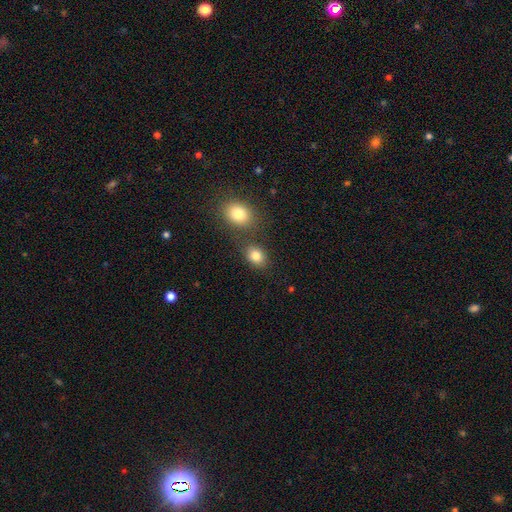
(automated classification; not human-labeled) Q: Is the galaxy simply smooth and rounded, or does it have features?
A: smooth — 82%.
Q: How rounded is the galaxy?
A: in between — 56%.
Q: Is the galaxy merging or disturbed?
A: none — 70%.